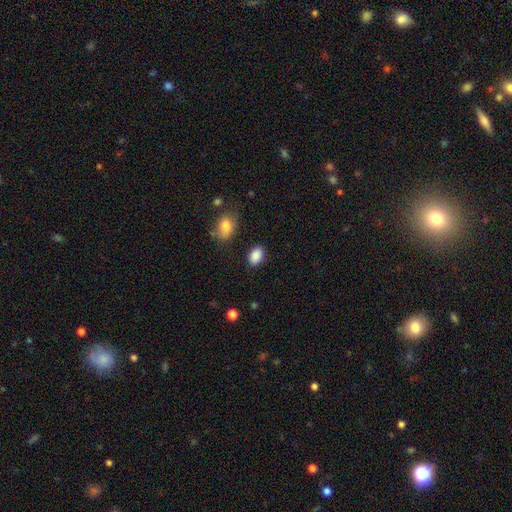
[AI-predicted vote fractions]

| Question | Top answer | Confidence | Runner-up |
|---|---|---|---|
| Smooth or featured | smooth | 88% | star or artifact (8%) |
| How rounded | in between | 87% | round (11%) |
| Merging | none | 84% | minor disturbance (11%) |